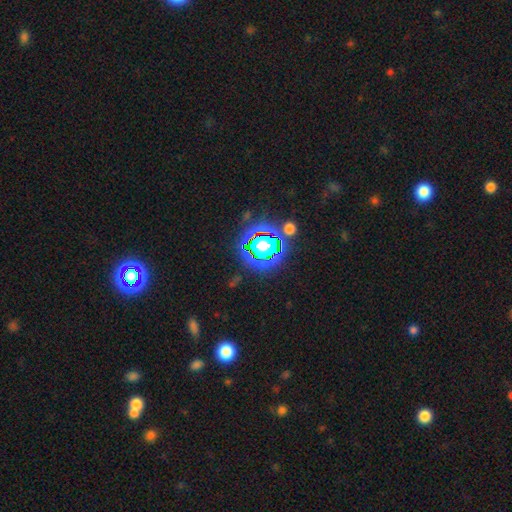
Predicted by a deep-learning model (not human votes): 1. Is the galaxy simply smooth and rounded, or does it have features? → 63% star or artifact, 23% smooth, 13% featured or disk.